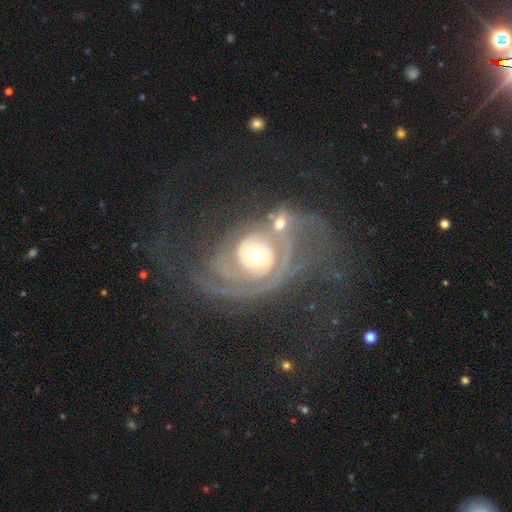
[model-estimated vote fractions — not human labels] A featured or disk galaxy (84%) with no bar (75%), 2 (38%) tight (62%) spiral arms (89%) and a moderate central bulge (66%).

Vote fractions:
- Smooth or featured? featured or disk: 84% / smooth: 8% / star or artifact: 8%
- Edge-on disk? no: 97% / yes: 3%
- Bar? no: 75% / weak: 18% / strong: 7%
- Spiral arms? yes: 89% / no: 11%
- Spiral winding? tight: 62% / medium: 27% / loose: 11%
- Spiral arm count? 2: 38% / can't tell: 27% / 3: 12% / 1: 11% / 4: 6% / more than 4: 6%
- Bulge size? moderate: 66% / small: 18% / large: 13% / dominant: 2% / none: 1%
- Merging? none: 38% / major disturbance: 31% / minor disturbance: 17% / merger: 15%